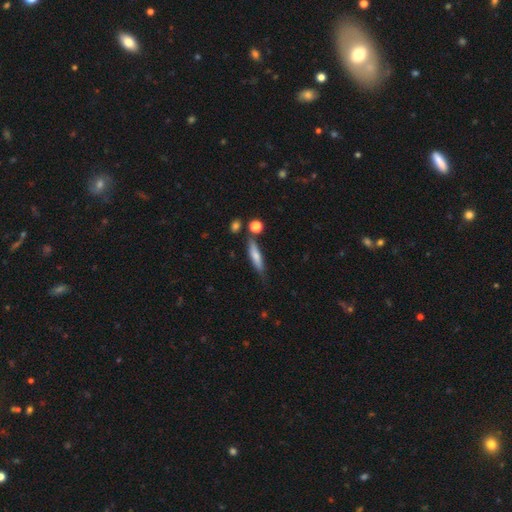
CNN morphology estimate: Q: Smooth or featured?
A: smooth (64%); runner-up: featured or disk (29%)
Q: How rounded?
A: cigar-shaped (81%); runner-up: in between (17%)
Q: Merging?
A: none (69%); runner-up: minor disturbance (18%)